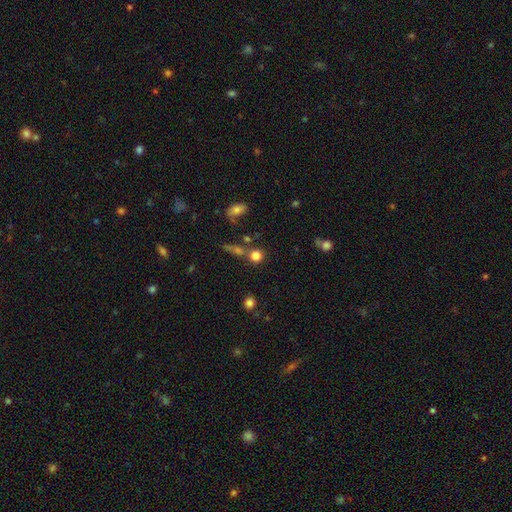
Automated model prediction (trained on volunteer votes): A smooth galaxy with no disk features (77%) that is round (89%). Merging: none (61%).